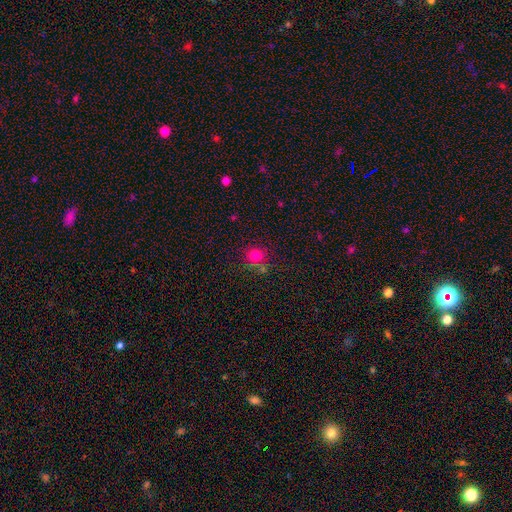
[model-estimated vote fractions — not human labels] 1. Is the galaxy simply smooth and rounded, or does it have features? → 78% smooth, 15% star or artifact, 7% featured or disk.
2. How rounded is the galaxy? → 89% round, 10% in between, 1% cigar-shaped.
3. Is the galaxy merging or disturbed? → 70% none, 15% merger, 11% minor disturbance, 4% major disturbance.